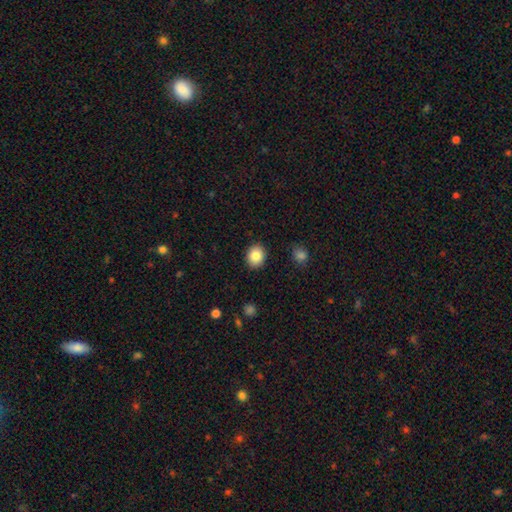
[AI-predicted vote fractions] The model was most divided on "how rounded": round: 60%, in between: 39%, cigar-shaped: 1%. More confident: merging — none (90%); smooth or featured — smooth (84%).